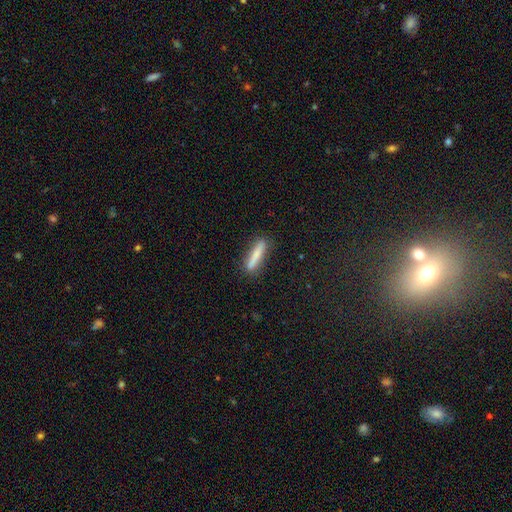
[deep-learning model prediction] The model was most divided on "smooth or featured": smooth: 73%, featured or disk: 20%, star or artifact: 7%. More confident: how rounded — cigar-shaped (90%); merging — none (86%).